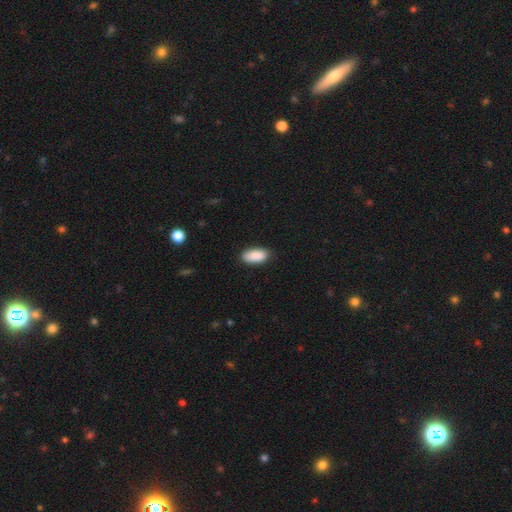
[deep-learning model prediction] Smooth or featured: smooth — 90% (star or artifact — 6%)
How rounded: in between — 92% (cigar-shaped — 6%)
Merging: none — 84% (minor disturbance — 12%)